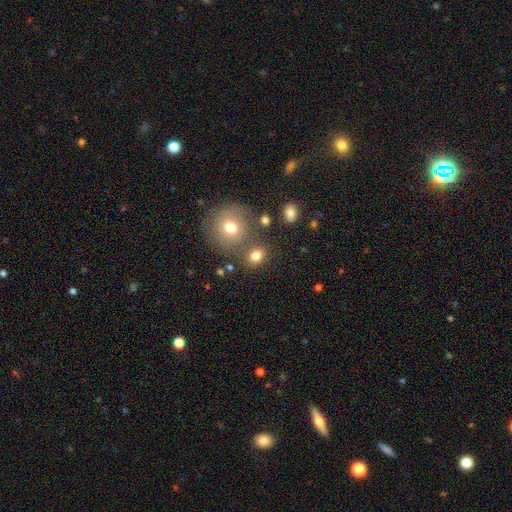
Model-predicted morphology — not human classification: This appears to be a smooth galaxy with no disk features (77%) that is round (63%). Merging: none (70%).